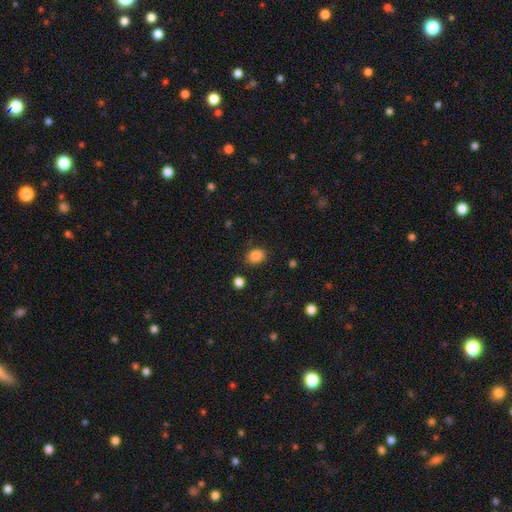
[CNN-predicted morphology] Overall: smooth (85%). How rounded: in between (62%; round 37%). Merging: none (83%).